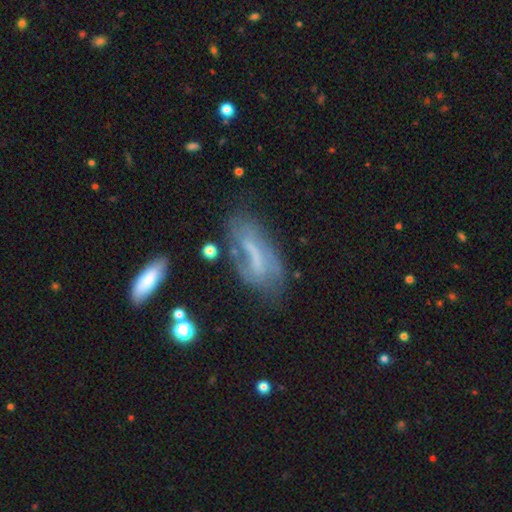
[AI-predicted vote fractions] featured or disk 57%, smooth 33%, star or artifact 10%. Down the decision tree: edge-on disk — no (81%); merging — none (52%).